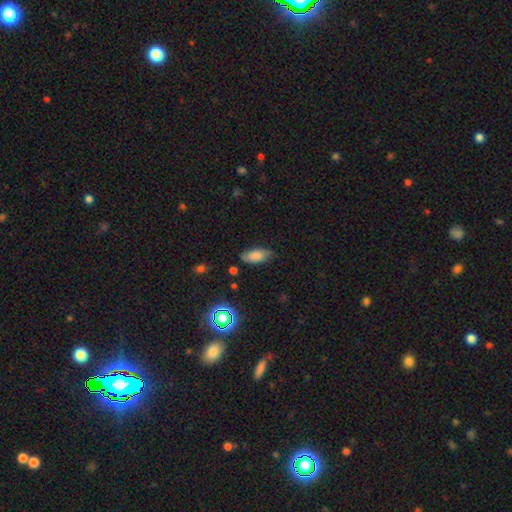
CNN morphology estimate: Overall: smooth (77%). How rounded: in between (86%). Merging: none (75%).